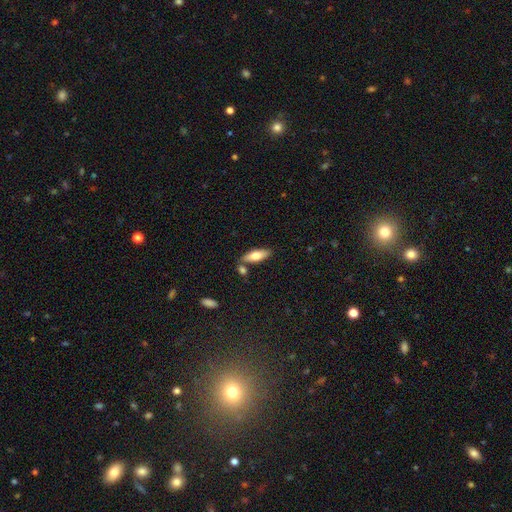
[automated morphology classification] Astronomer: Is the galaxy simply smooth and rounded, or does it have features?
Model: smooth — 69%.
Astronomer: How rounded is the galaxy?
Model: in between — 60% (runner-up: cigar-shaped, 38%).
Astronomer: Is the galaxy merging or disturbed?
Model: none — 76%.